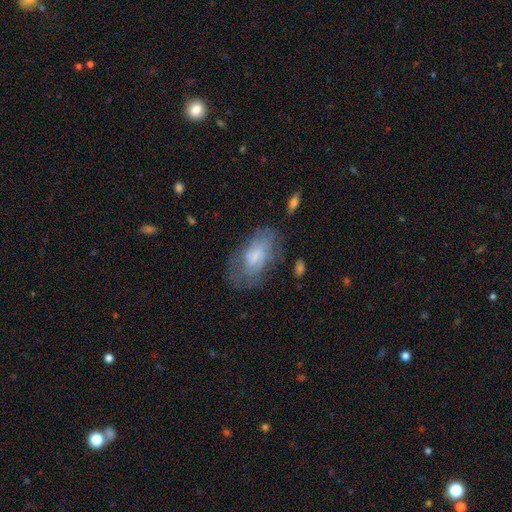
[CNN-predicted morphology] Smooth or featured? smooth (49%)
Merging? none (54%)